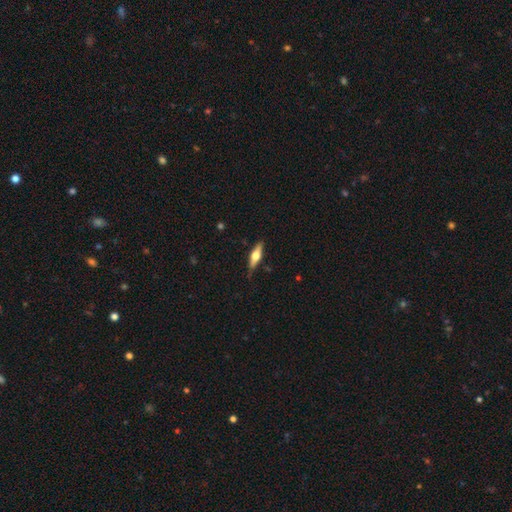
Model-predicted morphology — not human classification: Overall: featured or disk (61%; smooth 34%). Edge-on disk: yes (95%). Edge-on bulge: rounded (93%). Merging: none (83%).